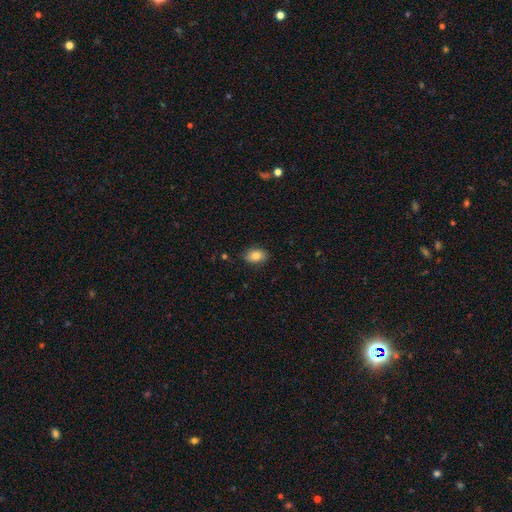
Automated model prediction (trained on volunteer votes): smooth-or-featured: smooth: 82% | featured or disk: 10% | star or artifact: 8%
  how-rounded: in between: 80% | round: 19% | cigar-shaped: 1%
  merging: none: 82% | minor disturbance: 15% | major disturbance: 3% | merger: 1%